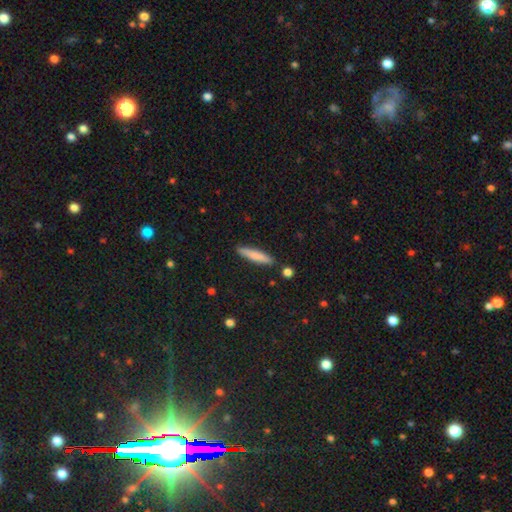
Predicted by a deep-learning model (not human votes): The model was most divided on "smooth or featured": smooth: 78%, featured or disk: 16%, star or artifact: 6%. More confident: how rounded — cigar-shaped (88%); merging — none (88%).